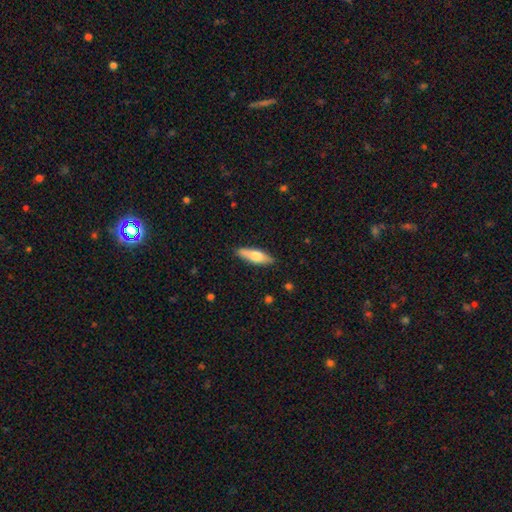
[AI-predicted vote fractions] Smooth or featured? smooth (63%)
How rounded? cigar-shaped (52%)
Merging? none (86%)